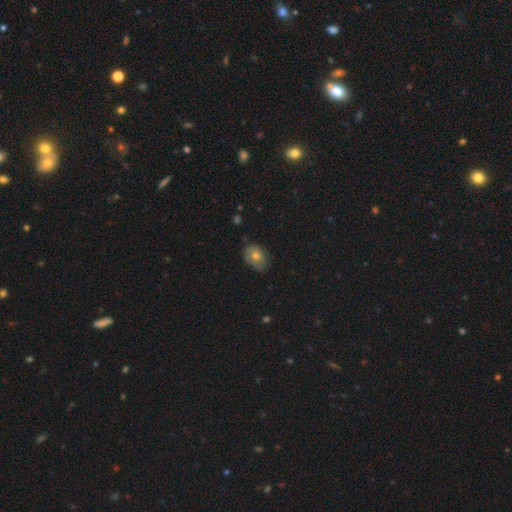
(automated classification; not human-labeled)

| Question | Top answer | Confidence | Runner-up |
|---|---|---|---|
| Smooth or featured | smooth | 58% | featured or disk (31%) |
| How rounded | in between | 72% | round (27%) |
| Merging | none | 66% | minor disturbance (27%) |